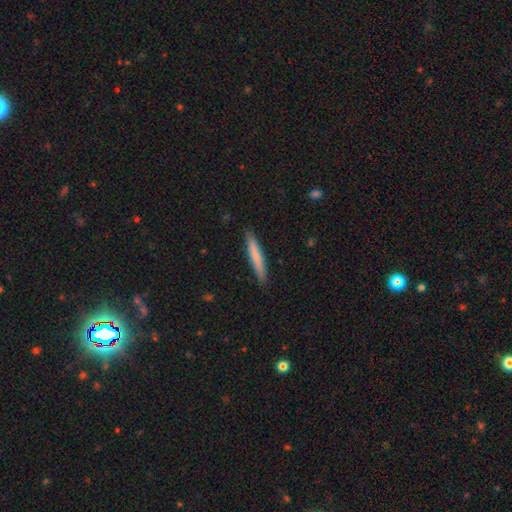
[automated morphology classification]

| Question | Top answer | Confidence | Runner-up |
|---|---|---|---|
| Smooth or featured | smooth | 74% | featured or disk (20%) |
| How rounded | cigar-shaped | 95% | in between (4%) |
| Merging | none | 90% | minor disturbance (7%) |